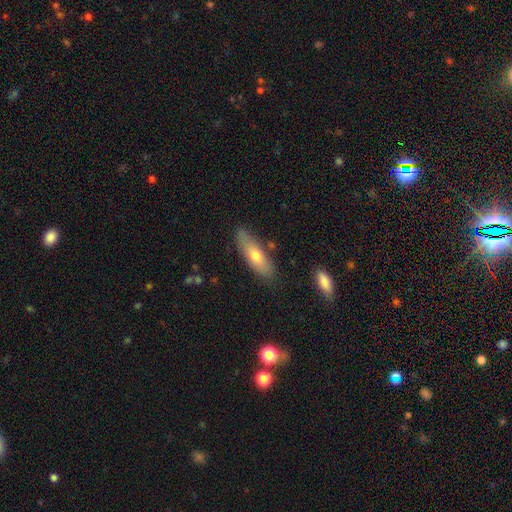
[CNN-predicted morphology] Overall: smooth (65%; featured or disk 29%). How rounded: in between (55%; cigar-shaped 42%). Merging: none (78%).